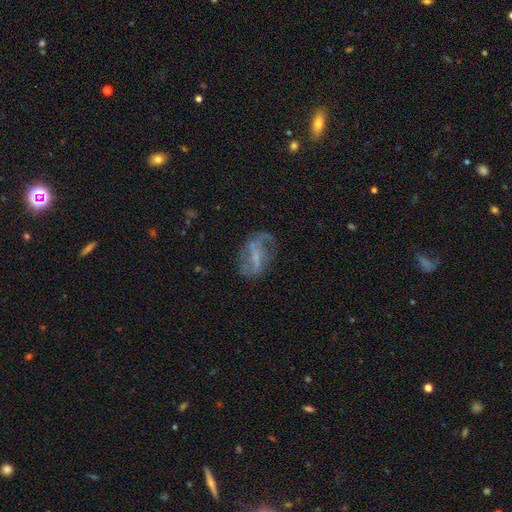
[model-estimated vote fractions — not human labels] Smooth or featured?
  - featured or disk: 66% *
  - smooth: 23%
  - star or artifact: 10%
Edge-on disk?
  - no: 95% *
  - yes: 5%
Bar?
  - weak: 39% *
  - strong: 37%
  - no: 24%
Spiral arms?
  - yes: 69% *
  - no: 31%
Bulge size?
  - none: 53% *
  - small: 28%
  - moderate: 15%
  - large: 3%
  - dominant: 1%
Merging?
  - none: 52% *
  - minor disturbance: 23%
  - major disturbance: 22%
  - merger: 3%